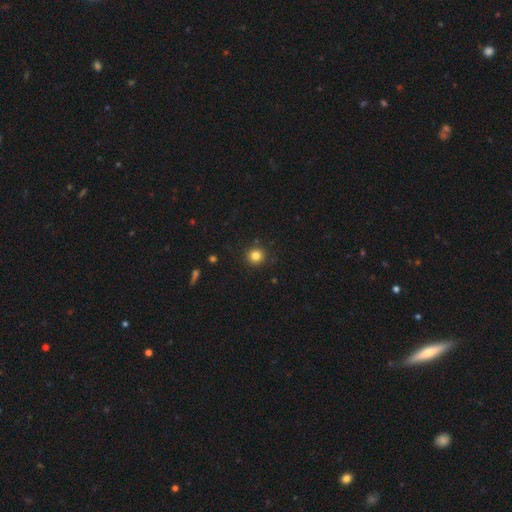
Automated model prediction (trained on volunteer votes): Smooth or featured? smooth (83%)
How rounded? round (94%)
Merging? none (91%)